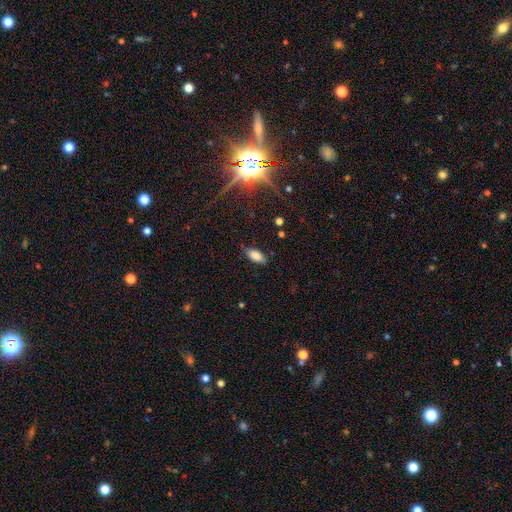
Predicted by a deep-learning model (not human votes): This appears to be a smooth galaxy with no disk features (81%) that is in between round and cigar-shaped (89%). Merging: none (83%).